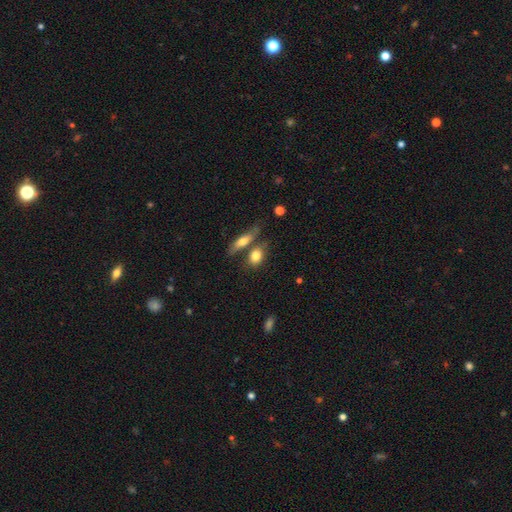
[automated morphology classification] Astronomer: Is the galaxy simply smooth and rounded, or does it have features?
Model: smooth — 78%.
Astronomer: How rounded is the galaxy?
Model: in between — 65%.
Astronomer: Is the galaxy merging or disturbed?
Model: none — 51% (runner-up: merger, 31%).